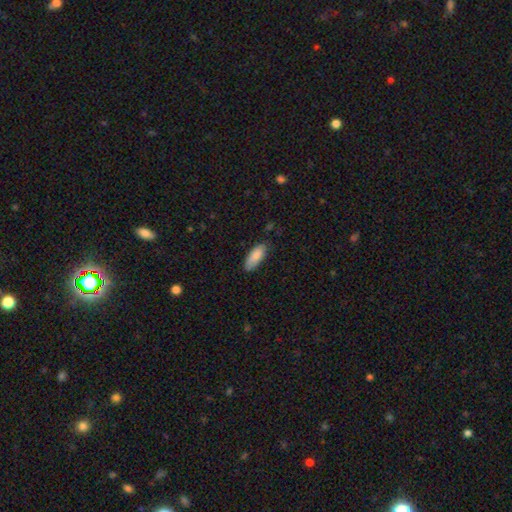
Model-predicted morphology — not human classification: type=smooth (87%); roundness=in between (79%); merging=none (75%).